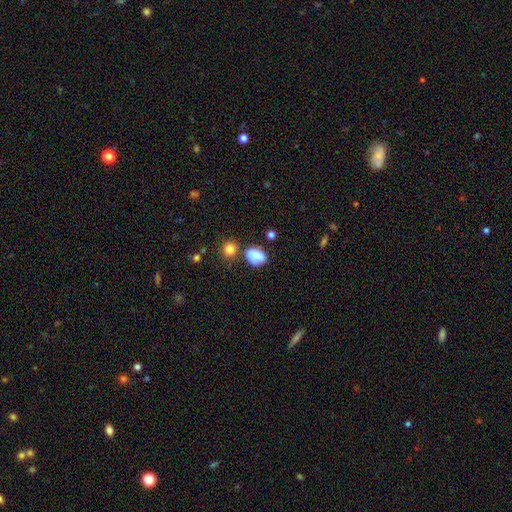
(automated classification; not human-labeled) A smooth galaxy with no disk features (79%) that is in between round and cigar-shaped (74%).

Vote fractions:
- Smooth or featured? smooth: 79% / featured or disk: 11% / star or artifact: 10%
- How rounded? in between: 74% / round: 24% / cigar-shaped: 2%
- Merging? none: 59% / minor disturbance: 23% / merger: 11% / major disturbance: 7%